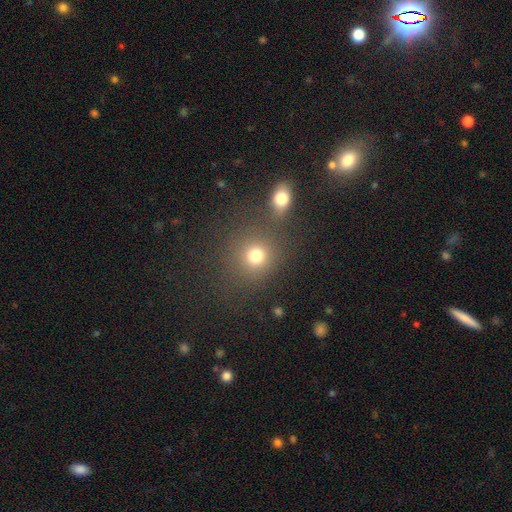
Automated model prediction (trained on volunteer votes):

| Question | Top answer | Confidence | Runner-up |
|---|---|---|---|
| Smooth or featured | smooth | 76% | star or artifact (16%) |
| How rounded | round | 85% | in between (14%) |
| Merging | none | 65% | merger (21%) |